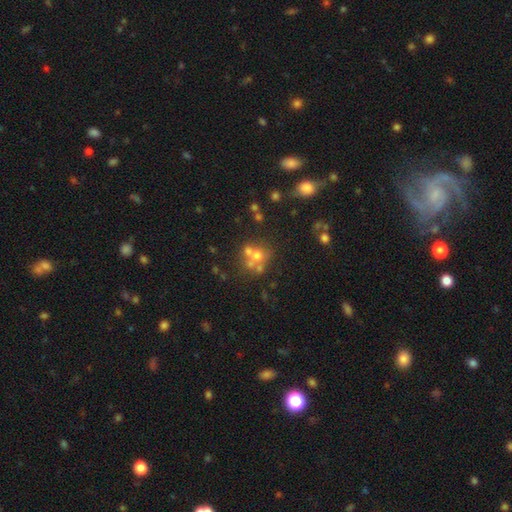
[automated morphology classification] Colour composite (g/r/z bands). It shows a smooth galaxy with no disk features (52%) that is round (79%). Merging: none (43%).